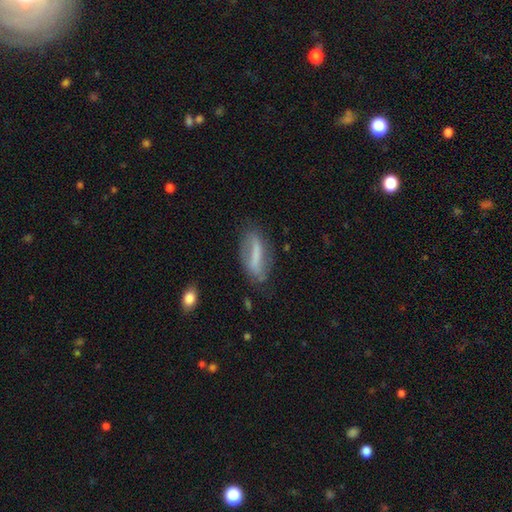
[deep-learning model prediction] Q: Smooth or featured?
A: smooth (46%); runner-up: featured or disk (44%)
Q: Merging?
A: none (64%); runner-up: minor disturbance (23%)